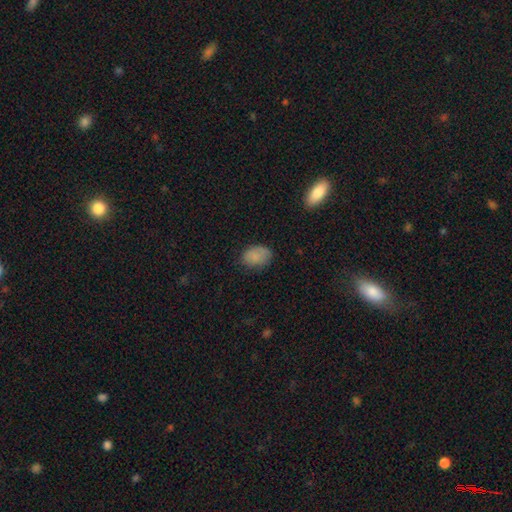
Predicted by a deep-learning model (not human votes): smooth-or-featured: smooth: 82% | star or artifact: 9% | featured or disk: 9%
  how-rounded: in between: 78% | round: 21% | cigar-shaped: 1%
  merging: none: 74% | minor disturbance: 20% | major disturbance: 4% | merger: 1%